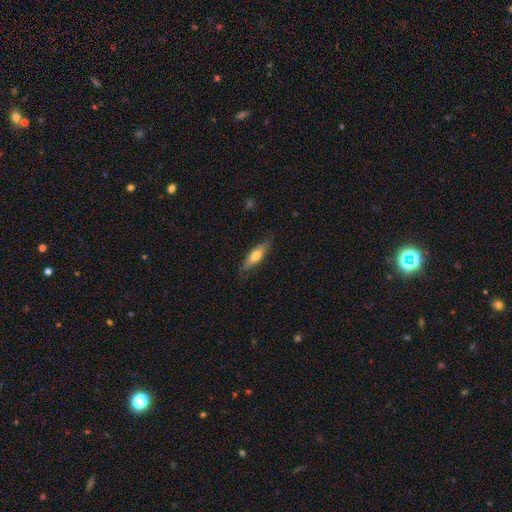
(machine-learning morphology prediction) smooth-or-featured: smooth: 62% | featured or disk: 33% | star or artifact: 6%
  how-rounded: cigar-shaped: 60% | in between: 38% | round: 2%
  merging: none: 82% | minor disturbance: 14% | major disturbance: 3% | merger: 1%